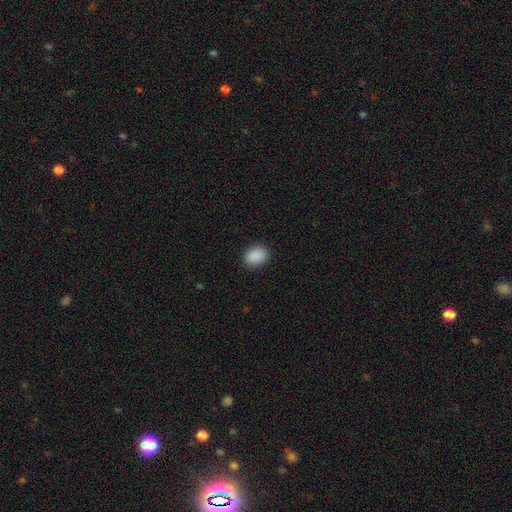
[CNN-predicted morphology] Smooth or featured? smooth (89%)
How rounded? in between (62%)
Merging? none (89%)